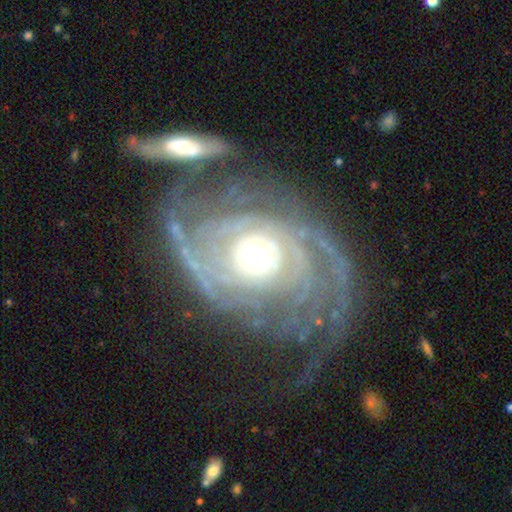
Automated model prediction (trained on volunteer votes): This appears to be a featured or disk galaxy (90%) with no bar (75%), tight (71%) spiral arms (95%) and a moderate central bulge (69%). Merging: none (43%).